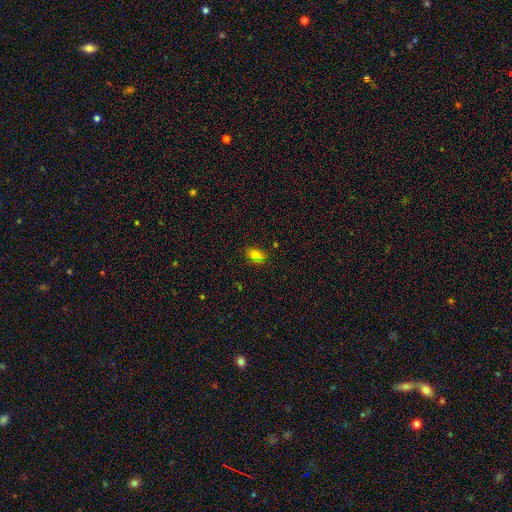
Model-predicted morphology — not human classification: This is likely a smooth galaxy (68%). How rounded: likely in between (71%). Merging: clearly none (83%).